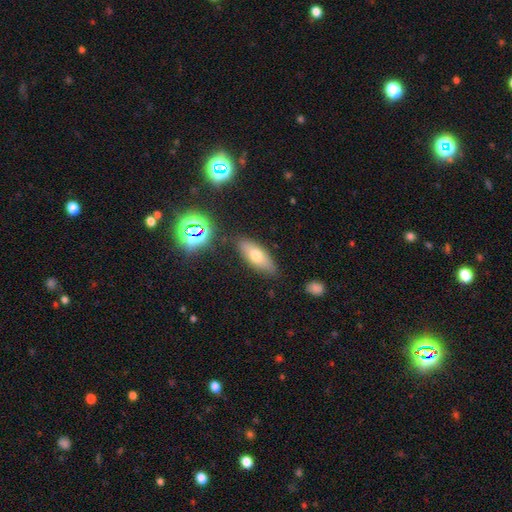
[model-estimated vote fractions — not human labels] A smooth galaxy with no disk features (65%) that is in between round and cigar-shaped (70%). Merging: none (83%).